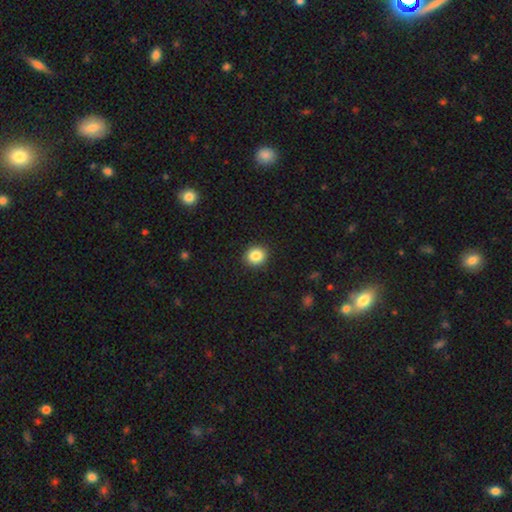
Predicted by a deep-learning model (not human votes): Smooth or featured? Predicted: smooth (p=0.86). How rounded? Predicted: round (p=0.81). Merging? Predicted: none (p=0.92).